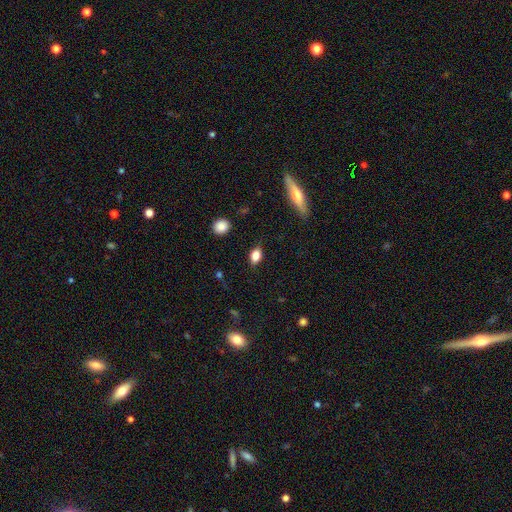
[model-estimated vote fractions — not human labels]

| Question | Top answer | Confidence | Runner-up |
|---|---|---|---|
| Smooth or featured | smooth | 80% | featured or disk (10%) |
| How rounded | in between | 82% | round (13%) |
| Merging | none | 83% | minor disturbance (13%) |